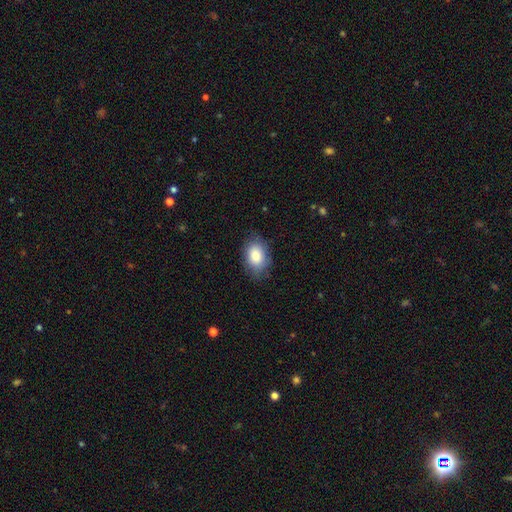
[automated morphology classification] Overall: smooth (84%). How rounded: in between (84%). Merging: none (76%).